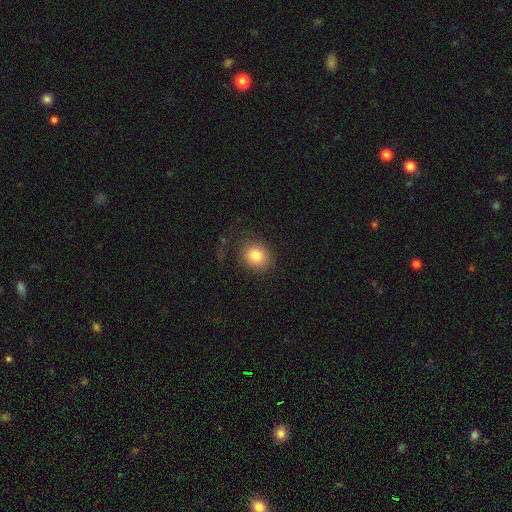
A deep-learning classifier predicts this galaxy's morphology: smooth_or_featured: smooth (p=0.82) [alt: star or artifact p=0.10]
how_rounded: round (p=0.68) [alt: in between p=0.31]
merging: none (p=0.81) [alt: minor disturbance p=0.12]